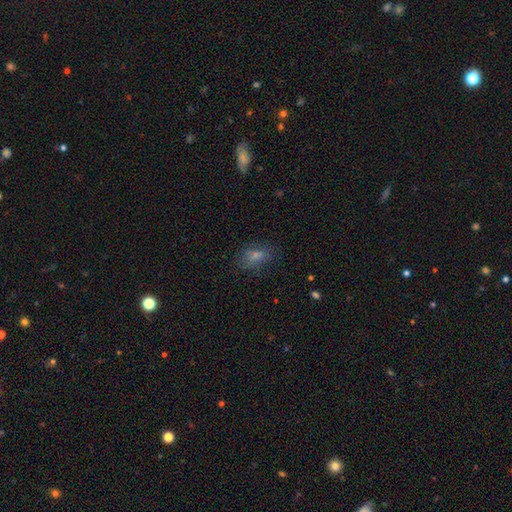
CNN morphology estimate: A smooth galaxy with no disk features (61%) that is in between round and cigar-shaped (75%). Merging: none (77%).